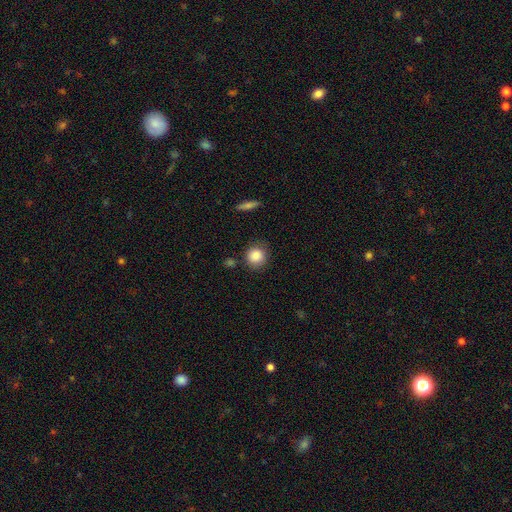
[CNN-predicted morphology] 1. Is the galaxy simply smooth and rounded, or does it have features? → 87% smooth, 8% star or artifact, 5% featured or disk.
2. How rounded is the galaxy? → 87% round, 11% in between, 1% cigar-shaped.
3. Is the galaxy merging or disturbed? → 80% none, 13% minor disturbance, 4% major disturbance, 3% merger.